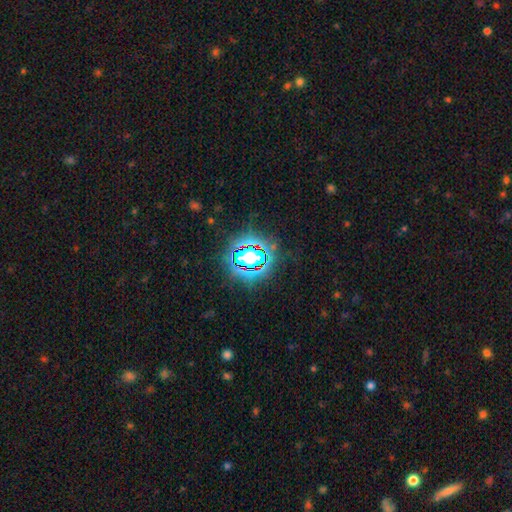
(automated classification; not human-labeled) Q: Smooth or featured?
A: star or artifact (79%); runner-up: smooth (13%)